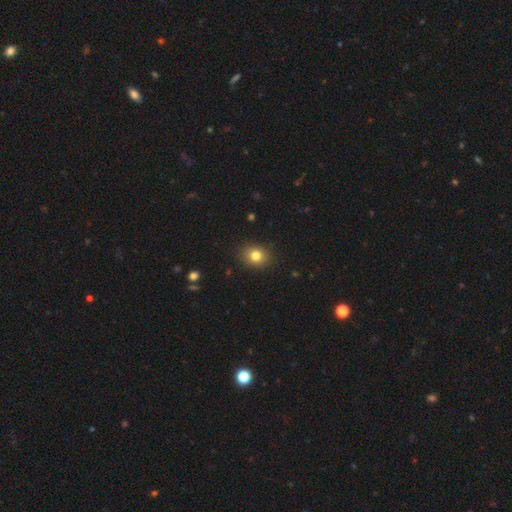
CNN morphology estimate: Smooth or featured? Predicted: smooth (p=0.80). How rounded? Predicted: round (p=0.56). Merging? Predicted: none (p=0.88).